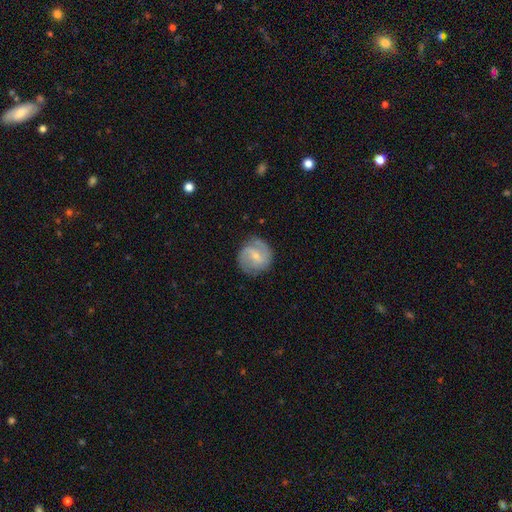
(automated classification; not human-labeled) Morphology: type=featured or disk (68%); edge-on=no (98%); bar=weak (56%); spiral arms=yes (91%); winding=medium (48%); arm count=2 (77%); bulge=small (63%); merging=none (75%).